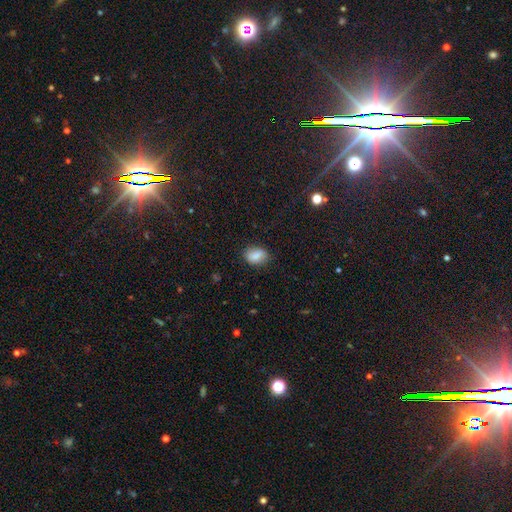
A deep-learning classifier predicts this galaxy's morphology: smooth 79%, featured or disk 12%, star or artifact 8%. Down the decision tree: how rounded — in between (73%); merging — none (82%).